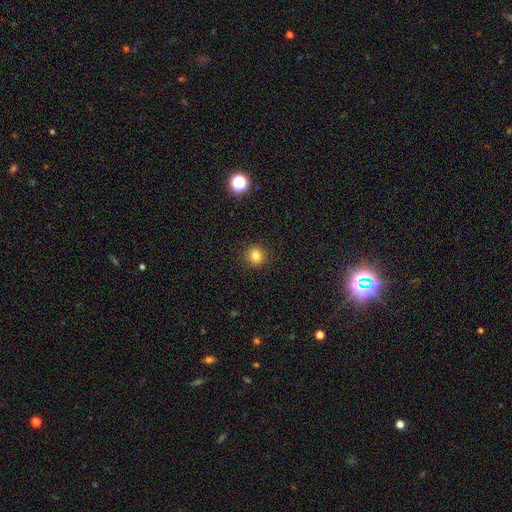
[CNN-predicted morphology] Q: Smooth or featured?
A: smooth (82%); runner-up: star or artifact (13%)
Q: How rounded?
A: round (86%); runner-up: in between (13%)
Q: Merging?
A: none (90%); runner-up: minor disturbance (6%)